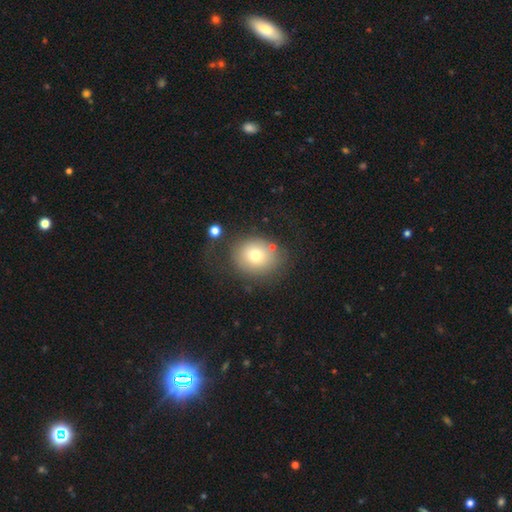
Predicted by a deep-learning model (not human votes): Overall: smooth (71%). How rounded: round (71%). Merging: none (67%).